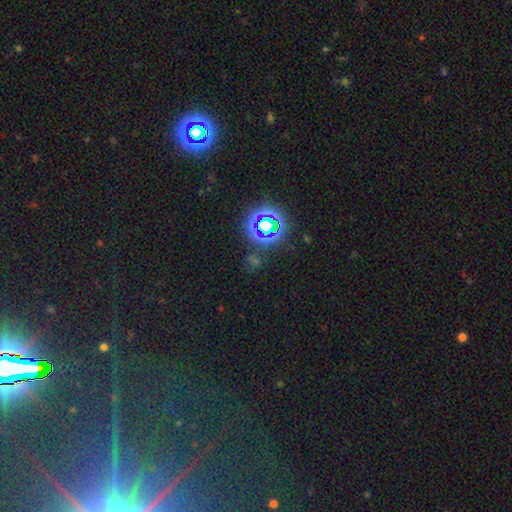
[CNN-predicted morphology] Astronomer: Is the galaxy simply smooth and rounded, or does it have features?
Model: star or artifact — 72%.